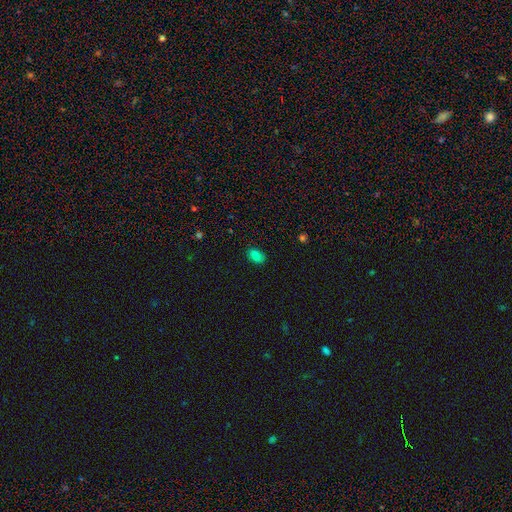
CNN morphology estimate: Smooth or featured? smooth (81%)
How rounded? in between (85%)
Merging? none (87%)